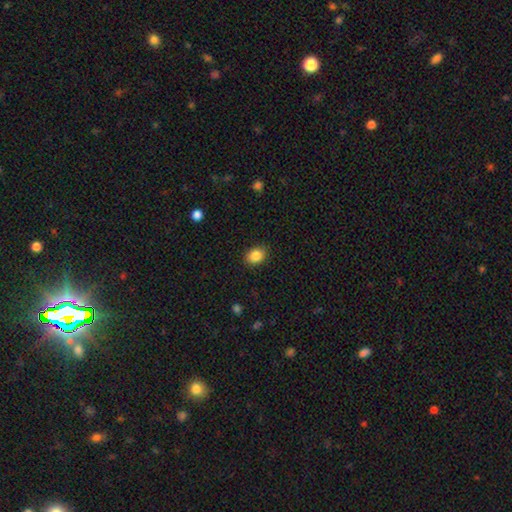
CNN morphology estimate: This appears to be a smooth galaxy with no disk features (86%) that is in between round and cigar-shaped (62%). Merging: none (87%).